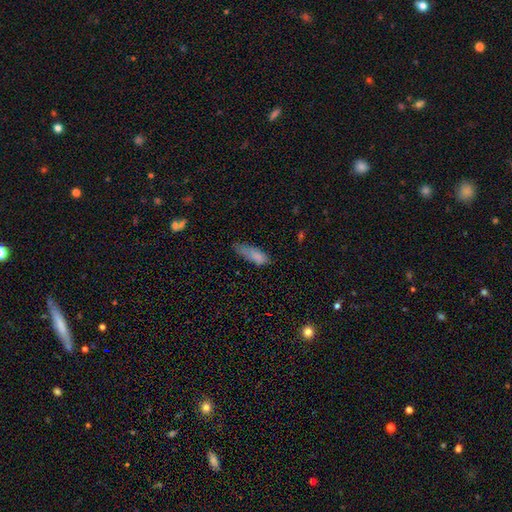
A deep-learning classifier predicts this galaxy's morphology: Smooth or featured: smooth — 79% (featured or disk — 11%)
How rounded: in between — 58% (cigar-shaped — 40%)
Merging: minor disturbance — 39% (none — 38%)